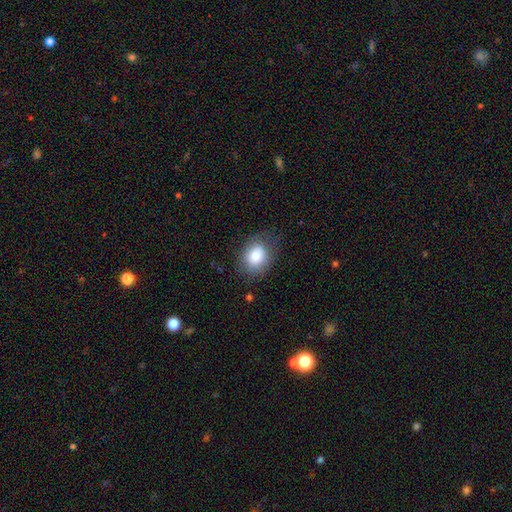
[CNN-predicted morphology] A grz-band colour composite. It shows a smooth galaxy with no disk features (83%) that is in between round and cigar-shaped (64%). Merging: none (68%).